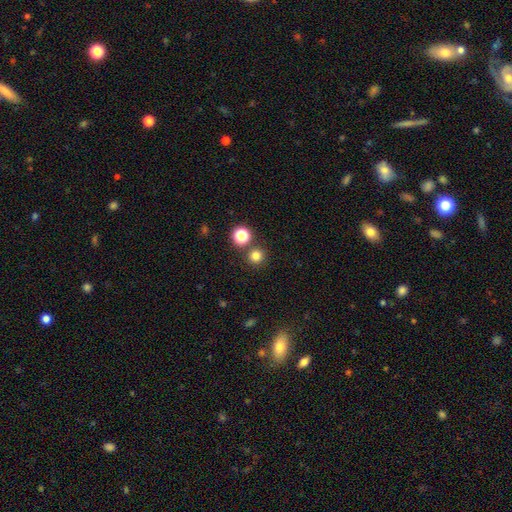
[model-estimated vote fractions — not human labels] smooth_or_featured: smooth (p=0.79) [alt: star or artifact p=0.16]
how_rounded: round (p=0.94) [alt: in between p=0.05]
merging: none (p=0.83) [alt: merger p=0.09]